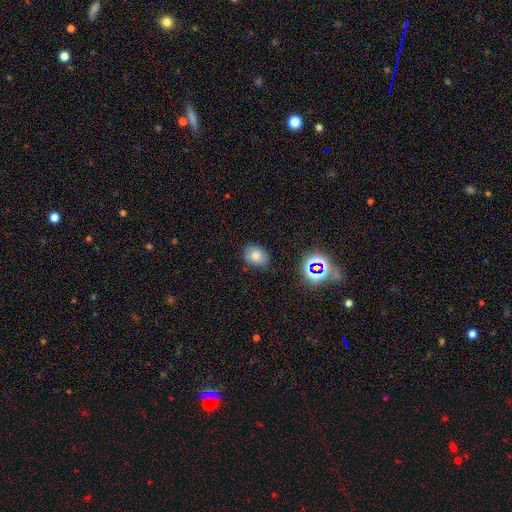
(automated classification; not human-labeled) Overall: smooth (73%). How rounded: in between (62%; round 37%). Merging: none (75%).